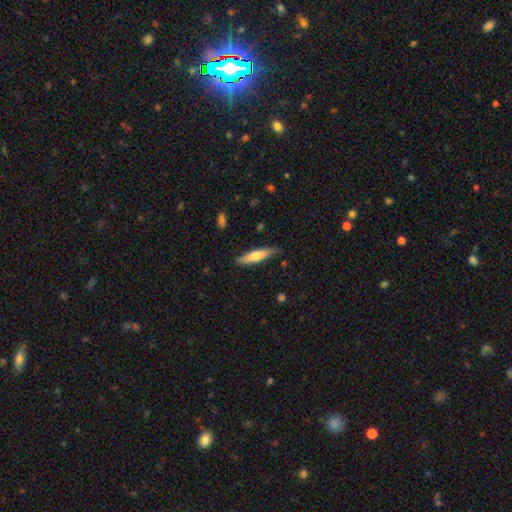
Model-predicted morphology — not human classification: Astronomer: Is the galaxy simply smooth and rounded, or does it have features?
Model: smooth — 63%.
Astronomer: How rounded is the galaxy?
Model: cigar-shaped — 80%.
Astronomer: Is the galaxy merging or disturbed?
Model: none — 81%.